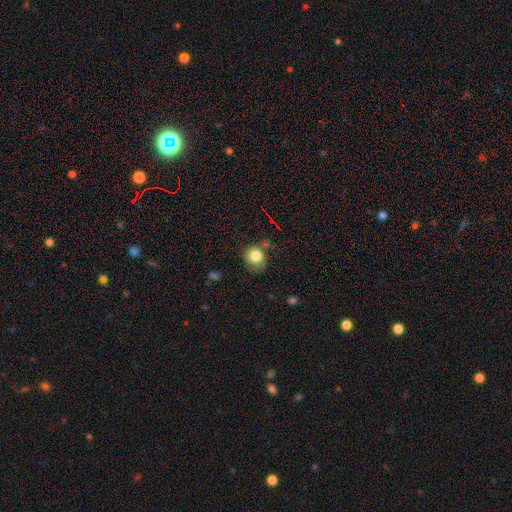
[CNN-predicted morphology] smooth 82%, star or artifact 10%, featured or disk 8%. Down the decision tree: how rounded — round (80%); merging — none (63%).